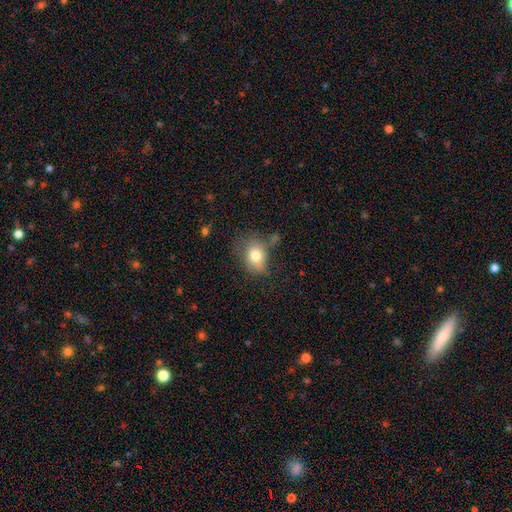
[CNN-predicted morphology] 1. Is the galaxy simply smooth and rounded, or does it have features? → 75% smooth, 14% featured or disk, 10% star or artifact.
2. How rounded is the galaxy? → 57% in between, 41% round, 1% cigar-shaped.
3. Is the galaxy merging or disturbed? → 51% none, 28% minor disturbance, 14% major disturbance, 7% merger.